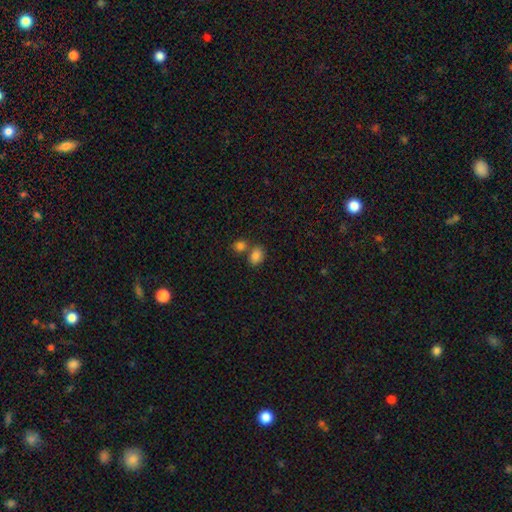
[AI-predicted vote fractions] Smooth or featured?
  - smooth: 83% *
  - star or artifact: 10%
  - featured or disk: 7%
How rounded?
  - in between: 70% *
  - round: 29%
  - cigar-shaped: 1%
Merging?
  - none: 52% *
  - merger: 34%
  - minor disturbance: 11%
  - major disturbance: 3%